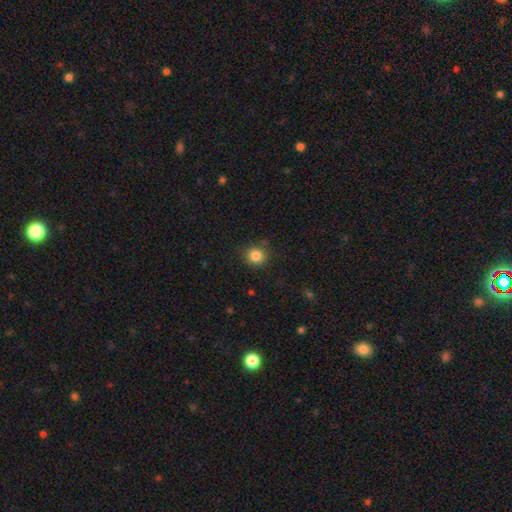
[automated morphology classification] A smooth galaxy with no disk features (84%) that is round (90%).

Vote fractions:
- Smooth or featured? smooth: 84% / star or artifact: 11% / featured or disk: 5%
- How rounded? round: 90% / in between: 9% / cigar-shaped: 1%
- Merging? none: 86% / minor disturbance: 10% / major disturbance: 3% / merger: 2%